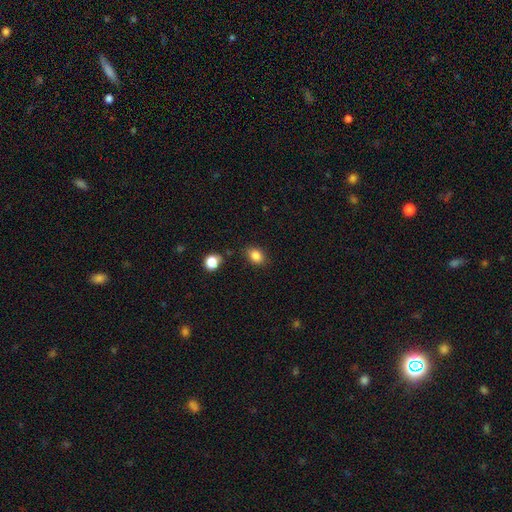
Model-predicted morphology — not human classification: type=smooth (85%); roundness=in between (65%); merging=none (79%).